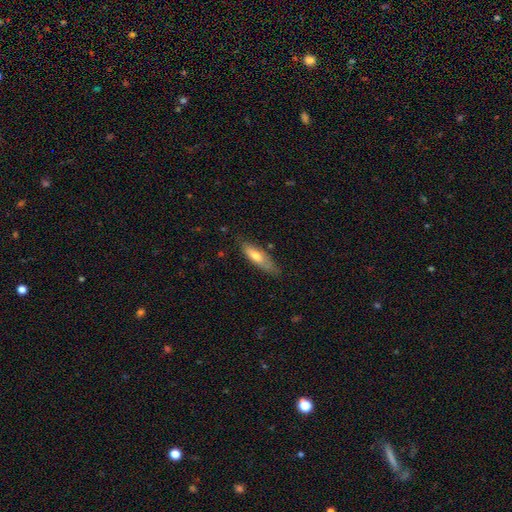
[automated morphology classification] Overall: smooth (66%; featured or disk 28%). How rounded: cigar-shaped (51%; in between 47%). Merging: none (70%).